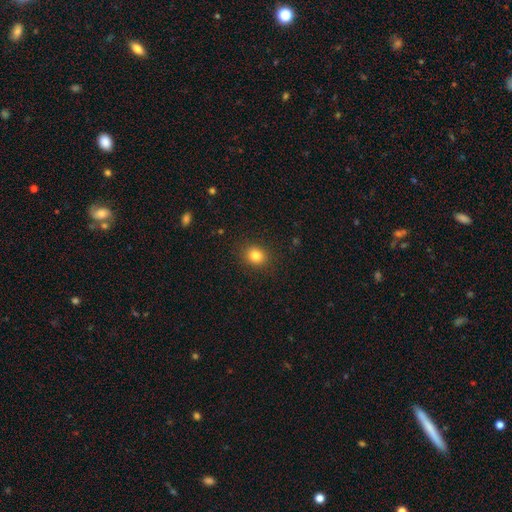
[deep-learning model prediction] The model was most divided on "how rounded": round: 70%, in between: 29%, cigar-shaped: 1%. More confident: merging — none (89%); smooth or featured — smooth (83%).